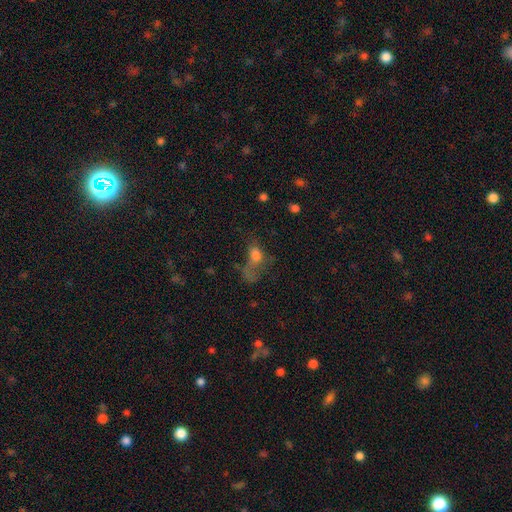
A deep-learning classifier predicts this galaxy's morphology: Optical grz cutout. It shows a smooth galaxy with no disk features (58%) that is in between round and cigar-shaped (67%). Merging: major disturbance (50%).